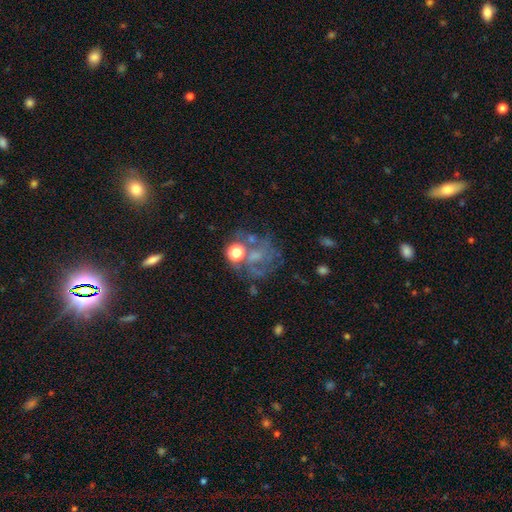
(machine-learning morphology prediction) Smooth or featured? Predicted: featured or disk (p=0.53). Edge-on disk? Predicted: no (p=0.97). Bar? Predicted: no (p=0.75). Spiral arms? Predicted: no (p=0.51). Bulge size? Predicted: none (p=0.32). Merging? Predicted: none (p=0.49).